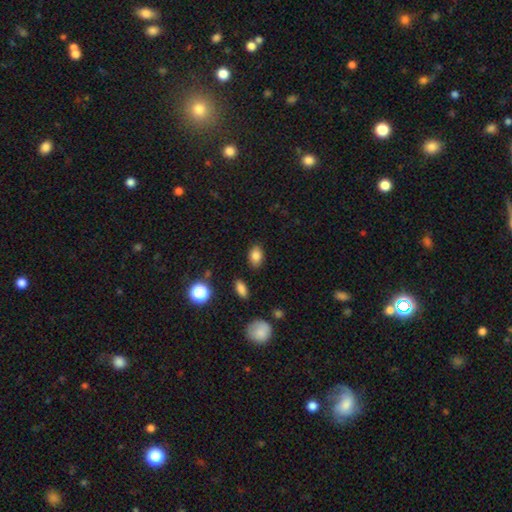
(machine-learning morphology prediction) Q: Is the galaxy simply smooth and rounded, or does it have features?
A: smooth — 83%.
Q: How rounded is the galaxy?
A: in between — 83%.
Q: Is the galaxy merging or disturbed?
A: none — 85%.